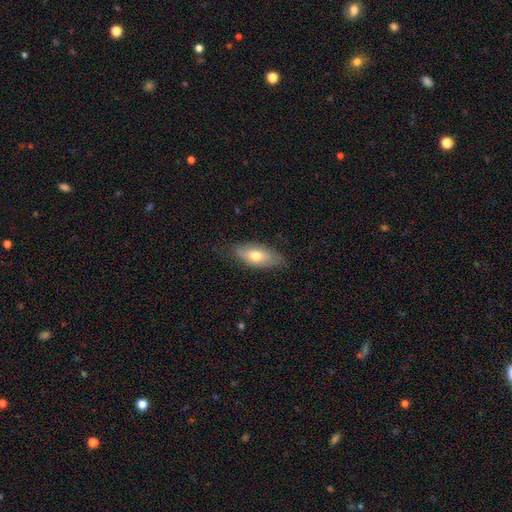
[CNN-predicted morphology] Q: Smooth or featured?
A: smooth (68%); runner-up: featured or disk (26%)
Q: How rounded?
A: in between (86%); runner-up: cigar-shaped (11%)
Q: Merging?
A: none (74%); runner-up: minor disturbance (21%)